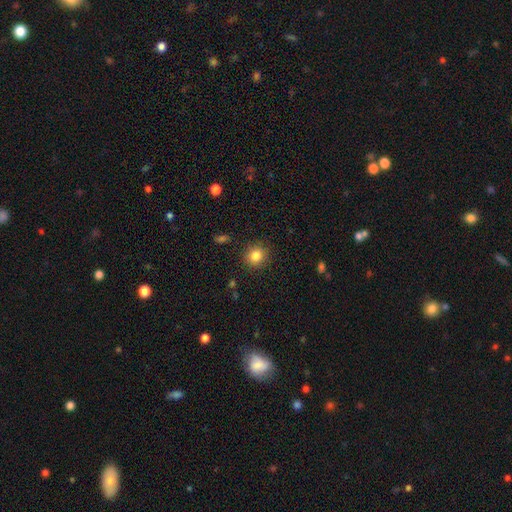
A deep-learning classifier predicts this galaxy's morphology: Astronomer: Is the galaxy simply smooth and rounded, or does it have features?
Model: smooth — 83%.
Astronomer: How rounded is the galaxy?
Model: round — 87%.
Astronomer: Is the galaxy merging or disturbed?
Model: none — 90%.